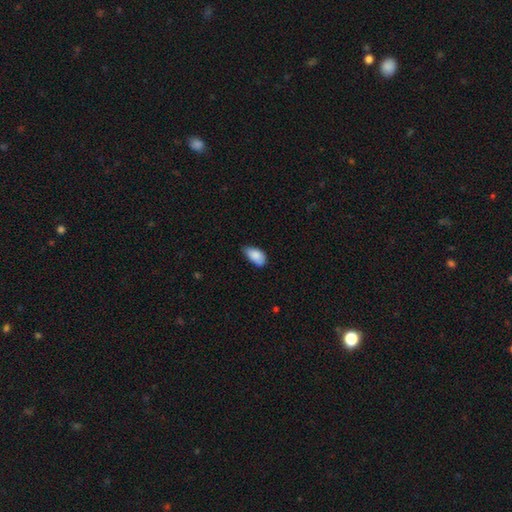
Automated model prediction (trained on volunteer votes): Smooth or featured? Predicted: smooth (p=0.86). How rounded? Predicted: in between (p=0.94). Merging? Predicted: none (p=0.48).